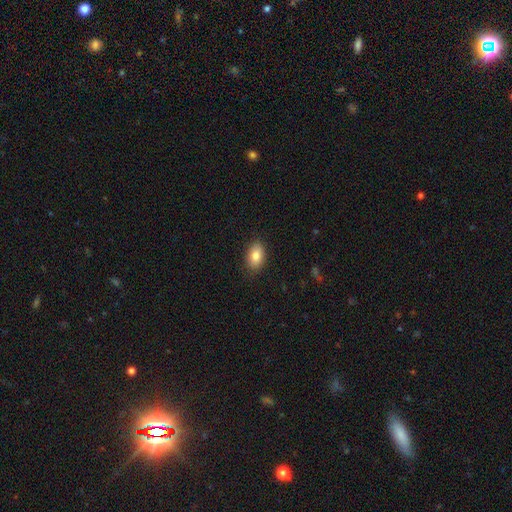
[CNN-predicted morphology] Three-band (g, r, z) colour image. It shows a smooth galaxy with no disk features (82%) that is in between round and cigar-shaped (88%). Merging: none (86%).